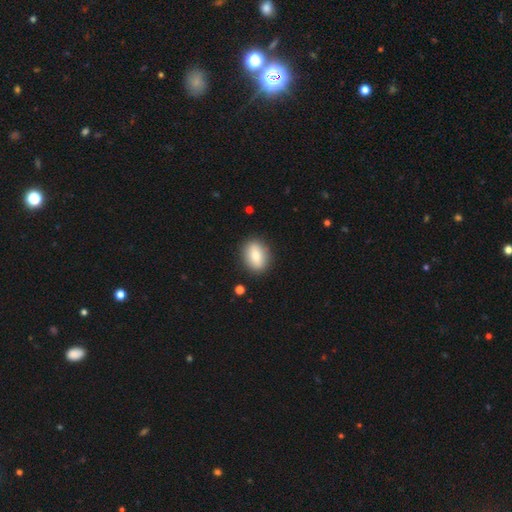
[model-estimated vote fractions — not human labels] Smooth or featured? smooth (81%)
How rounded? in between (77%)
Merging? none (88%)